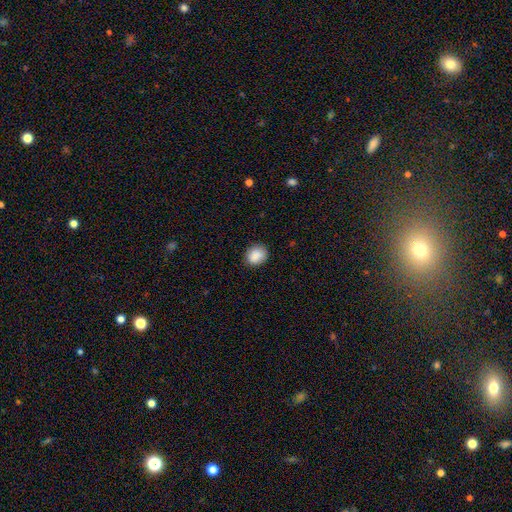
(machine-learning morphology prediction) smooth-or-featured: smooth: 89% | star or artifact: 8% | featured or disk: 4%
  how-rounded: round: 58% | in between: 41% | cigar-shaped: 1%
  merging: none: 84% | minor disturbance: 12% | major disturbance: 3% | merger: 1%